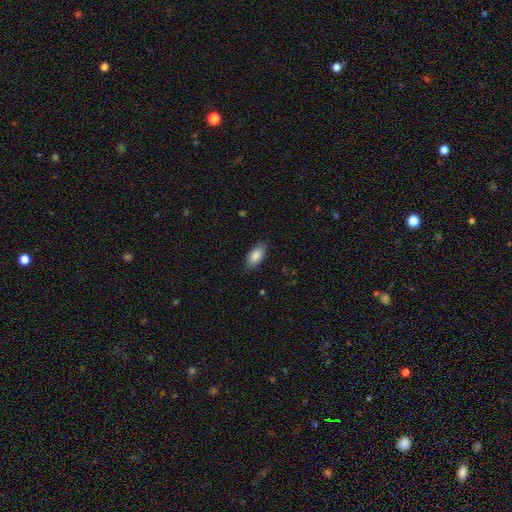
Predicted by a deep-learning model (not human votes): A smooth galaxy with no disk features (86%) that is in between round and cigar-shaped (88%). Merging: none (83%).